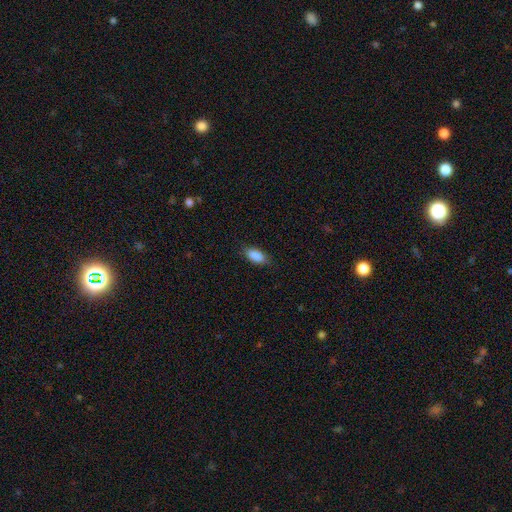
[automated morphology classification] A smooth galaxy with no disk features (89%) that is in between round and cigar-shaped (88%). Merging: none (82%).